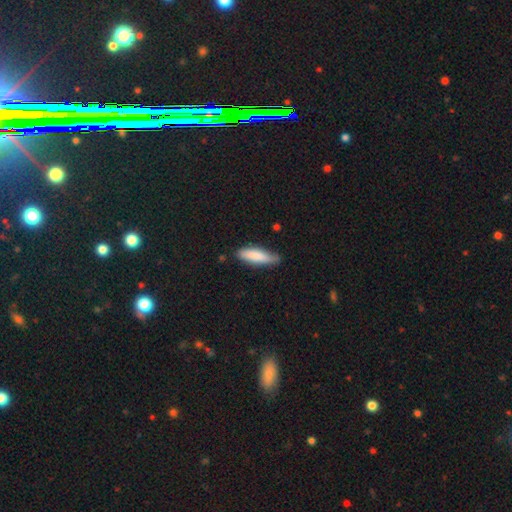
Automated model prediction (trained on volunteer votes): Smooth or featured? Predicted: smooth (p=0.82). How rounded? Predicted: cigar-shaped (p=0.64). Merging? Predicted: none (p=0.73).